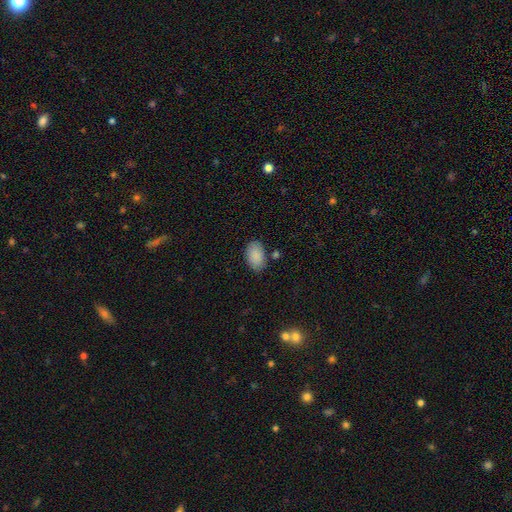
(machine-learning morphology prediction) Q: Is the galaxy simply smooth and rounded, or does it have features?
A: smooth — 89%.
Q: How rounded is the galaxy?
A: in between — 92%.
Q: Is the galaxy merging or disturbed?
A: none — 79%.